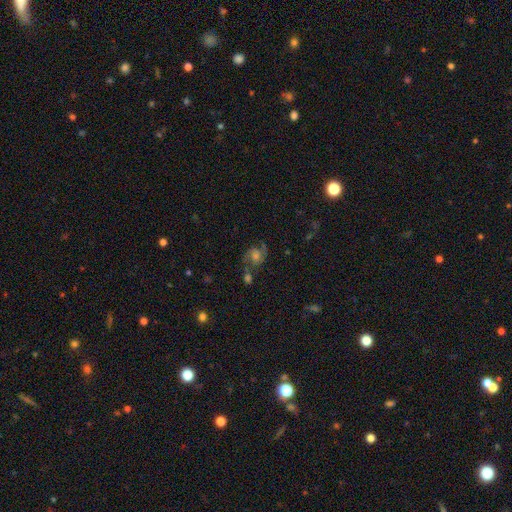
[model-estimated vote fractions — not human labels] smooth_or_featured: featured or disk (p=0.75) [alt: star or artifact p=0.13]
disk_edge_on: no (p=0.98) [alt: yes p=0.02]
bar: no (p=0.62) [alt: weak p=0.32]
has_spiral_arms: yes (p=0.95) [alt: no p=0.05]
spiral_winding: medium (p=0.56) [alt: tight p=0.23]
spiral_arm_count: 2 (p=0.90) [alt: can't tell p=0.04]
bulge_size: moderate (p=0.47) [alt: small p=0.28]
merging: none (p=0.69) [alt: minor disturbance p=0.13]